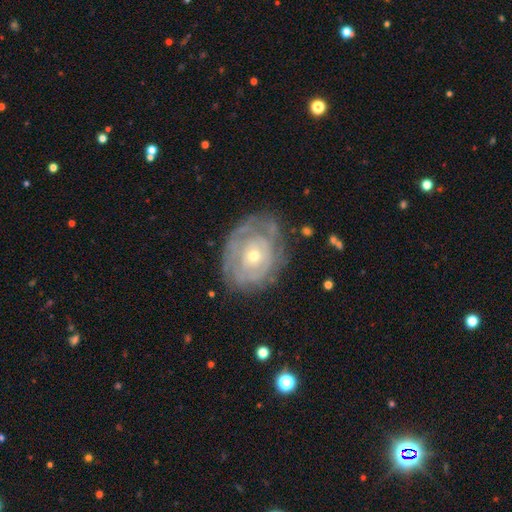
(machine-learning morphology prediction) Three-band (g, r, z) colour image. It shows a featured or disk galaxy (74%) with no bar (84%), spiral arms (69%) and a small central bulge (60%). Merging: none (66%).